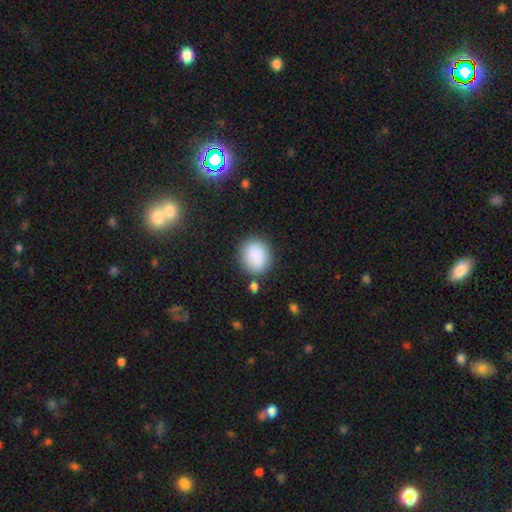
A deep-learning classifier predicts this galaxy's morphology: Q: Smooth or featured?
A: smooth (86%); runner-up: star or artifact (8%)
Q: How rounded?
A: round (67%); runner-up: in between (32%)
Q: Merging?
A: none (77%); runner-up: minor disturbance (13%)